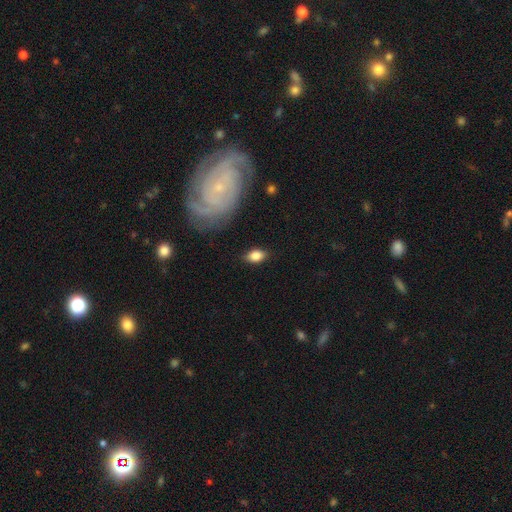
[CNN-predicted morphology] Smooth or featured? smooth (81%)
How rounded? in between (88%)
Merging? none (83%)